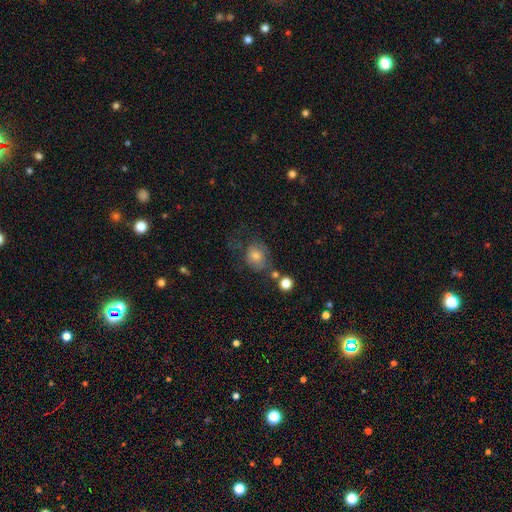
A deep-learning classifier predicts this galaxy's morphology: A smooth galaxy with no disk features (60%) that is round (60%).

Vote fractions:
- Smooth or featured? smooth: 60% / featured or disk: 27% / star or artifact: 13%
- How rounded? round: 60% / in between: 38% / cigar-shaped: 1%
- Merging? none: 43% / major disturbance: 26% / minor disturbance: 24% / merger: 7%